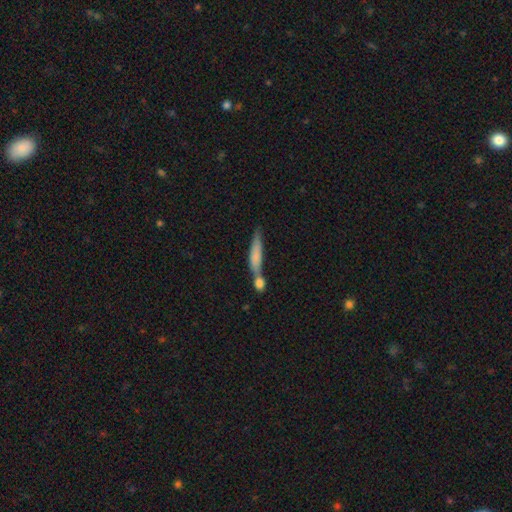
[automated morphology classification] Overall: smooth (65%; featured or disk 28%). How rounded: cigar-shaped (79%). Merging: merger (48%; none 33%).